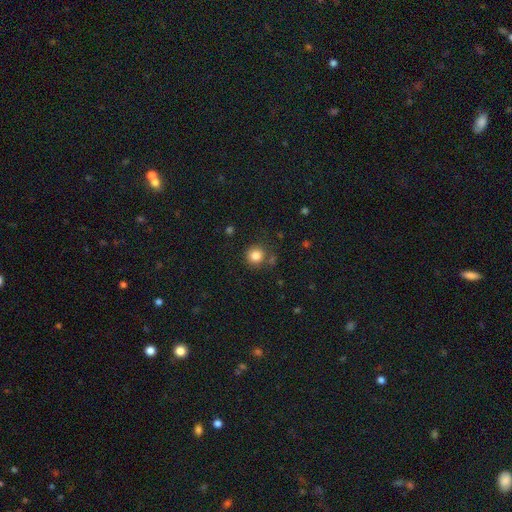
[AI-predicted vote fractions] Smooth or featured: smooth — 84% (star or artifact — 11%)
How rounded: round — 92% (in between — 7%)
Merging: none — 81% (minor disturbance — 10%)